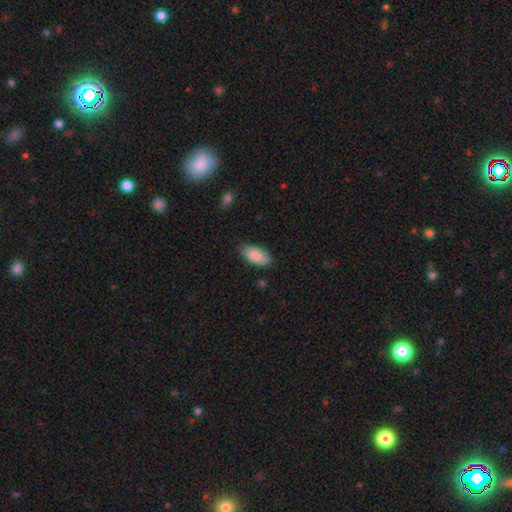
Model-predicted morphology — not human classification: A smooth galaxy with no disk features (86%) that is in between round and cigar-shaped (93%).

Vote fractions:
- Smooth or featured? smooth: 86% / featured or disk: 8% / star or artifact: 6%
- How rounded? in between: 93% / cigar-shaped: 5% / round: 2%
- Merging? none: 77% / minor disturbance: 19% / major disturbance: 3% / merger: 1%